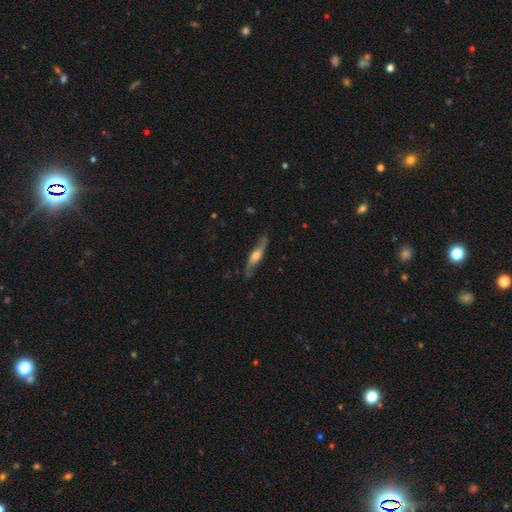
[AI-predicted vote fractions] Smooth or featured? featured or disk (64%)
Edge-on disk? yes (70%)
Merging? none (77%)